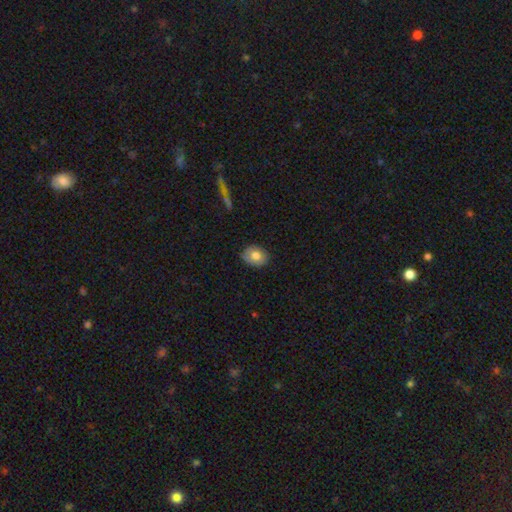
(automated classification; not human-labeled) Smooth or featured?
  - smooth: 77% *
  - featured or disk: 16%
  - star or artifact: 8%
How rounded?
  - in between: 59% *
  - round: 40%
  - cigar-shaped: 1%
Merging?
  - none: 81% *
  - minor disturbance: 16%
  - major disturbance: 3%
  - merger: 1%